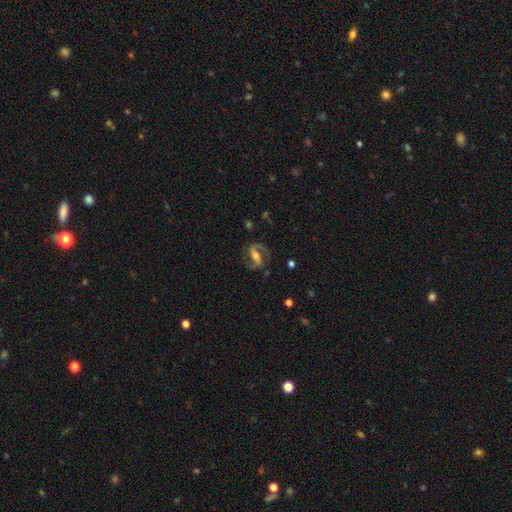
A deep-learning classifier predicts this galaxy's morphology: smooth-or-featured: featured or disk: 86% | smooth: 8% | star or artifact: 6%
  disk-edge-on: no: 96% | yes: 4%
    bar: strong: 49% | weak: 34% | no: 17%
    has-spiral-arms: yes: 96% | no: 4%
      spiral-winding: medium: 53% | loose: 32% | tight: 15%
      spiral-arm-count: 2: 92% | 1: 3% | can't tell: 2% | 3: 1% | 4: 1% | more than 4: 1%
    bulge-size: moderate: 54% | small: 32% | large: 9% | none: 4% | dominant: 1%
  merging: none: 78% | minor disturbance: 13% | major disturbance: 8% | merger: 2%